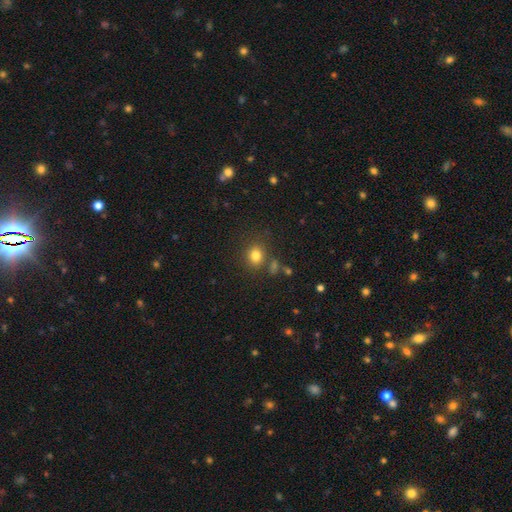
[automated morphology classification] A smooth galaxy with no disk features (80%) that is round (66%).

Vote fractions:
- Smooth or featured? smooth: 80% / star or artifact: 13% / featured or disk: 6%
- How rounded? round: 66% / in between: 33% / cigar-shaped: 1%
- Merging? none: 77% / minor disturbance: 11% / merger: 7% / major disturbance: 4%